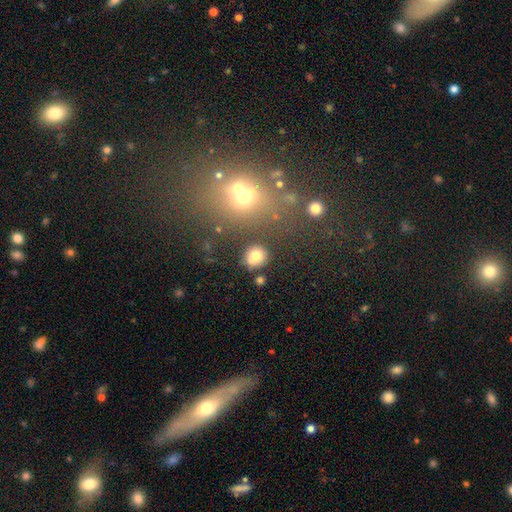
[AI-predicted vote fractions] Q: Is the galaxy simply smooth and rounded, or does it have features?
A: smooth — 76%.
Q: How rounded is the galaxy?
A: round — 86%.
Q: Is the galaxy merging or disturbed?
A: none — 73%.